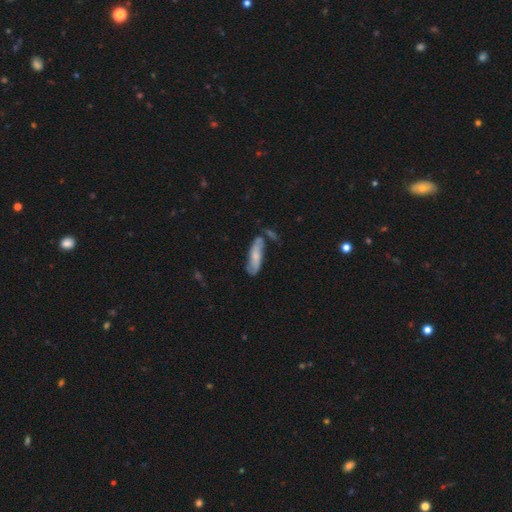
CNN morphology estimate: The model was most divided on "how rounded": cigar-shaped: 54%, in between: 44%, round: 2%. More confident: merging — none (62%); smooth or featured — smooth (55%).